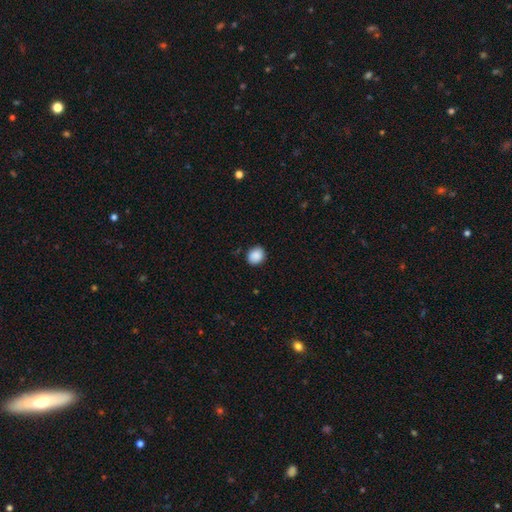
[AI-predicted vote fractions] smooth-or-featured: smooth: 89% | star or artifact: 8% | featured or disk: 2%
  how-rounded: round: 72% | in between: 27% | cigar-shaped: 1%
  merging: none: 89% | minor disturbance: 8% | major disturbance: 2% | merger: 1%